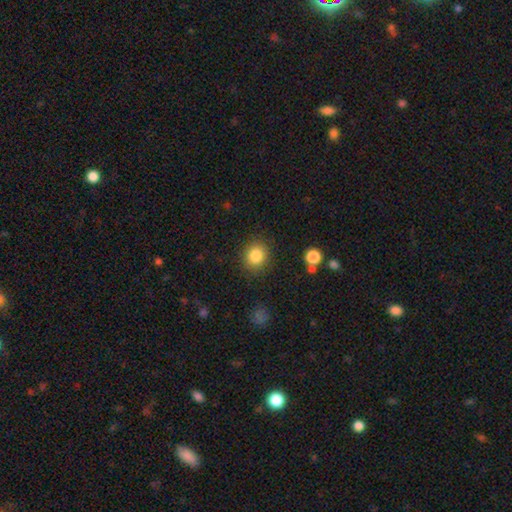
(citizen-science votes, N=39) A smooth galaxy with no disk features (92%) that is round (78%). Merging: none (89%).